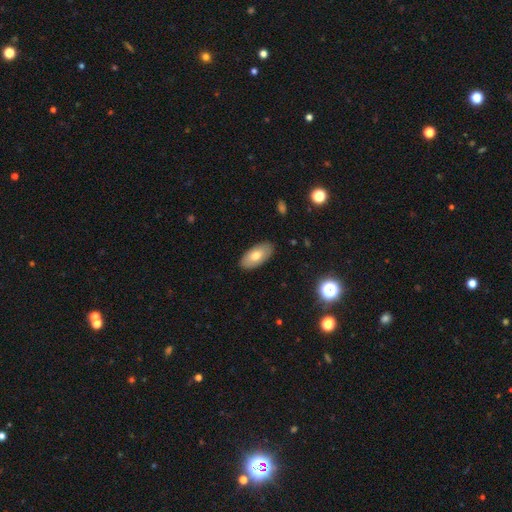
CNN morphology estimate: smooth 73%, featured or disk 20%, star or artifact 6%. Down the decision tree: how rounded — in between (93%); merging — none (88%).